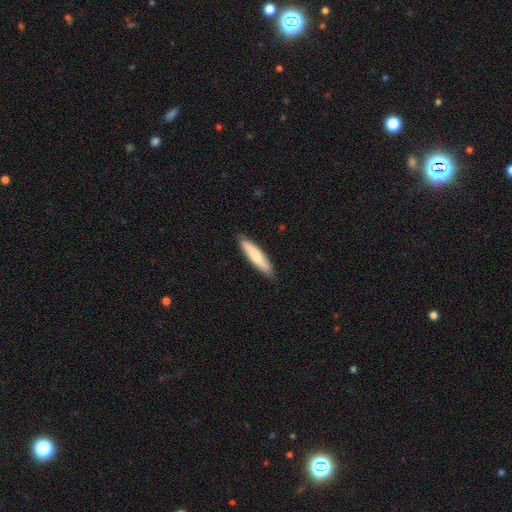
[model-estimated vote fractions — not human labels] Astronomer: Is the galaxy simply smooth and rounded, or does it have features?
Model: smooth — 67%.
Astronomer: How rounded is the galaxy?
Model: cigar-shaped — 82%.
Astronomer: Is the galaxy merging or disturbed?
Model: none — 87%.